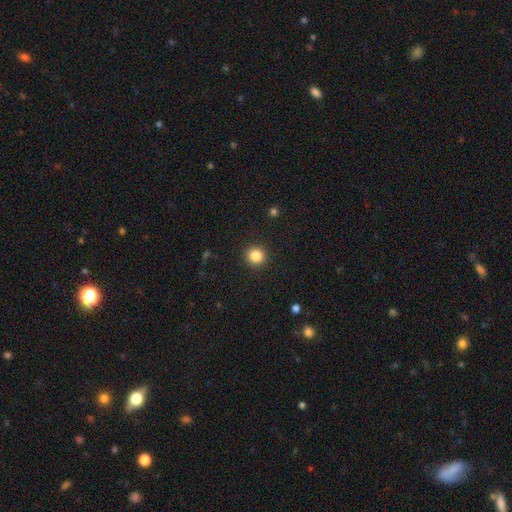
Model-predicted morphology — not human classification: Smooth or featured? Predicted: smooth (p=0.85). How rounded? Predicted: round (p=0.92). Merging? Predicted: none (p=0.92).